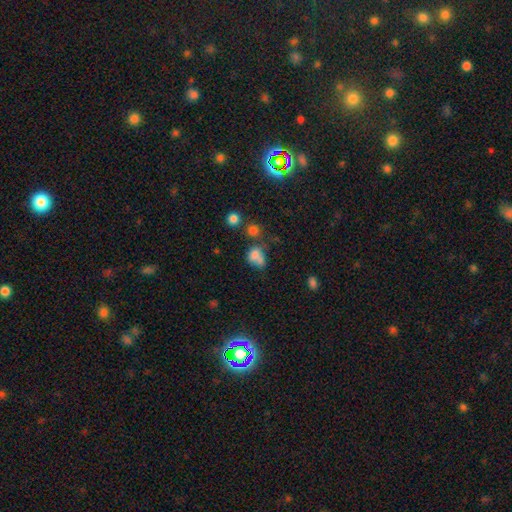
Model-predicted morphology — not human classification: Overall: smooth (71%). How rounded: in between (60%; round 38%). Merging: merger (37%; none 27%).